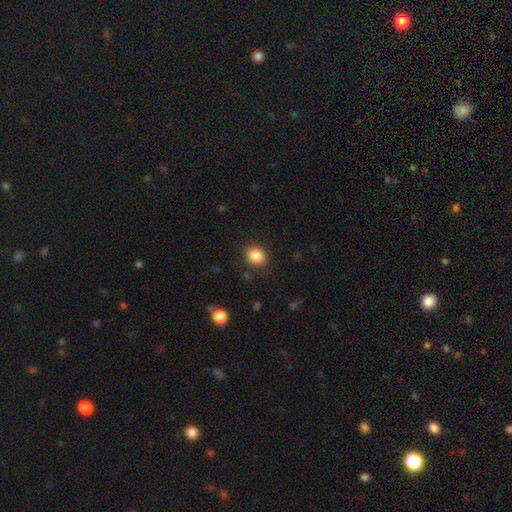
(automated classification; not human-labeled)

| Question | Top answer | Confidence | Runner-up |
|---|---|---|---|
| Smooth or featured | smooth | 86% | star or artifact (10%) |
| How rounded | round | 72% | in between (27%) |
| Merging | none | 88% | minor disturbance (8%) |